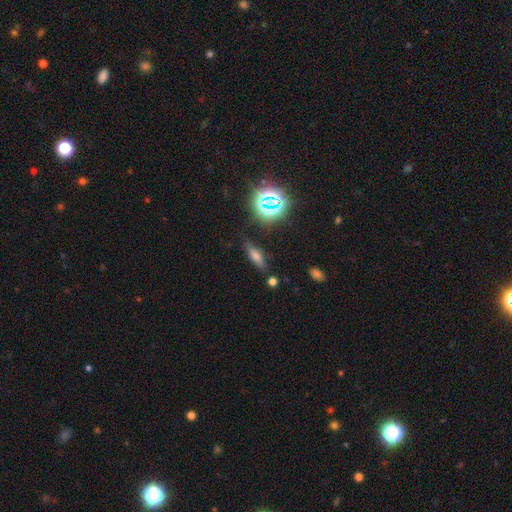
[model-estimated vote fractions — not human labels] Smooth or featured?
  - smooth: 52% *
  - featured or disk: 24%
  - star or artifact: 24%
How rounded?
  - cigar-shaped: 59% *
  - in between: 34%
  - round: 8%
Merging?
  - none: 79% *
  - minor disturbance: 14%
  - major disturbance: 4%
  - merger: 3%